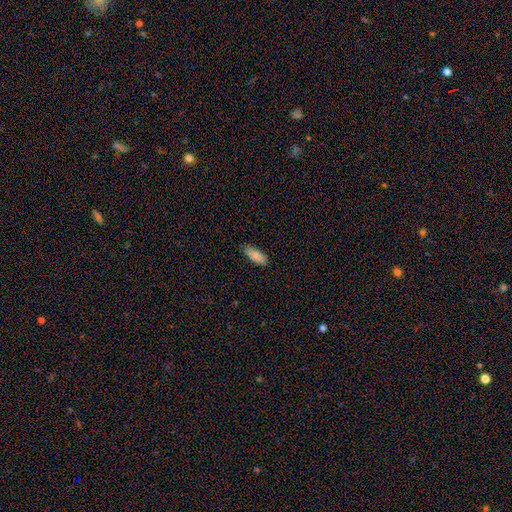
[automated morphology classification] A smooth galaxy with no disk features (87%) that is in between round and cigar-shaped (78%). Merging: none (85%).